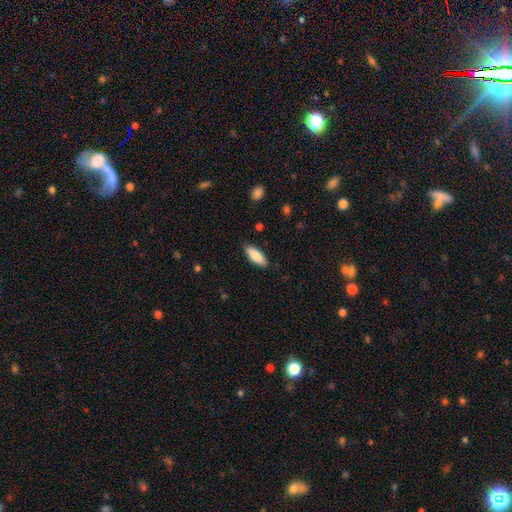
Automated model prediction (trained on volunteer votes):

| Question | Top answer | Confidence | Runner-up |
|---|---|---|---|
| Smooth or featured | smooth | 85% | featured or disk (9%) |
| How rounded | in between | 71% | cigar-shaped (27%) |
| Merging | none | 87% | minor disturbance (10%) |